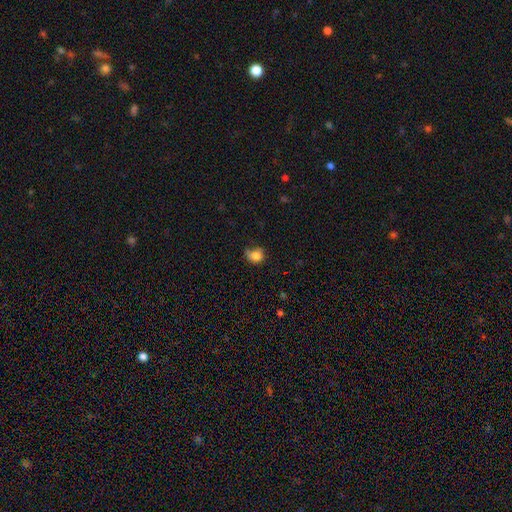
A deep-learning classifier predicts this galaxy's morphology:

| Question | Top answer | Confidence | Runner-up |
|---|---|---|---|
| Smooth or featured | smooth | 80% | featured or disk (10%) |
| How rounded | round | 68% | in between (31%) |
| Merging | none | 43% | minor disturbance (34%) |